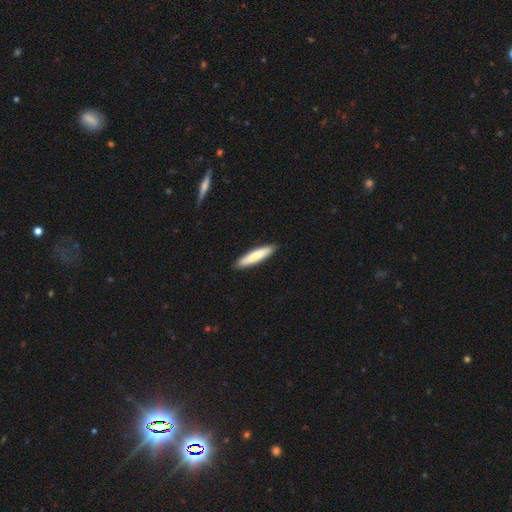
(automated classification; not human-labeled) Overall: smooth (78%). How rounded: cigar-shaped (86%). Merging: none (91%).